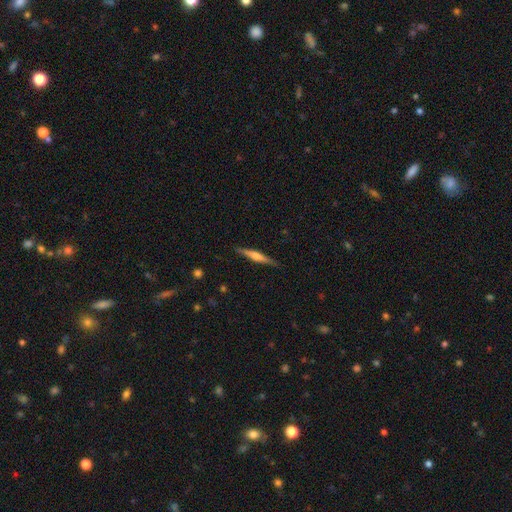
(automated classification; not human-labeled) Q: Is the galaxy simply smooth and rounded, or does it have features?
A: featured or disk — 61%.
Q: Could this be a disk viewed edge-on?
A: yes — 98%.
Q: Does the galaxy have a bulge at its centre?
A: rounded — 71%.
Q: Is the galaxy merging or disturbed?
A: none — 89%.